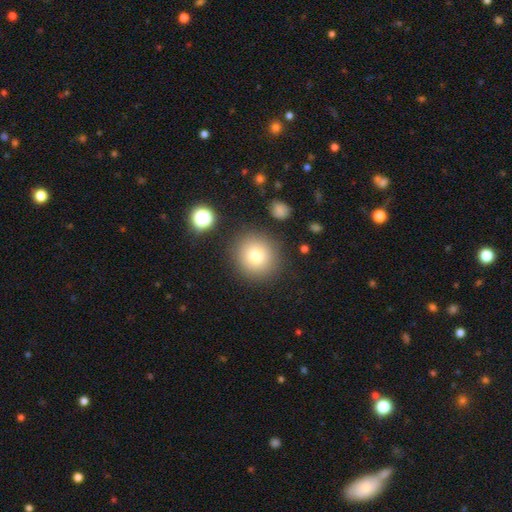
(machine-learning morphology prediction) smooth_or_featured: smooth (p=0.78) [alt: star or artifact p=0.12]
how_rounded: round (p=0.92) [alt: in between p=0.07]
merging: none (p=0.86) [alt: minor disturbance p=0.08]